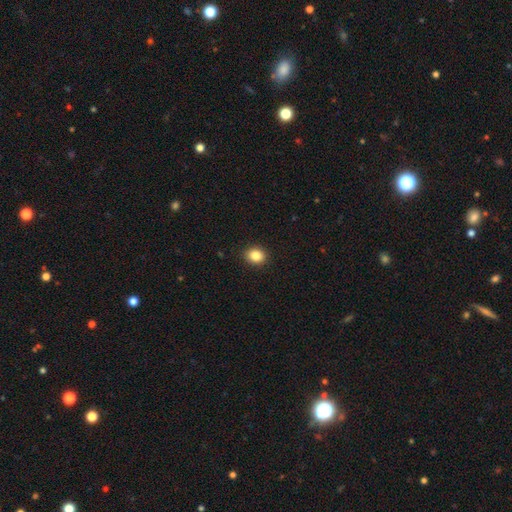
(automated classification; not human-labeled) smooth_or_featured: smooth (p=0.85) [alt: star or artifact p=0.10]
how_rounded: round (p=0.63) [alt: in between p=0.36]
merging: none (p=0.91) [alt: minor disturbance p=0.06]